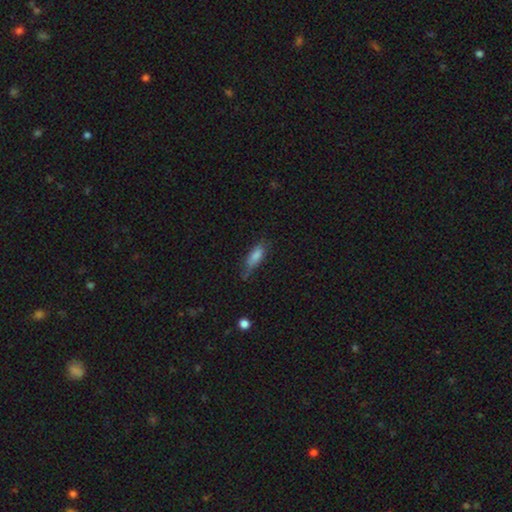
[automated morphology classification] This appears to be a smooth galaxy with no disk features (78%) that is in between round and cigar-shaped (53%). Merging: none (58%).